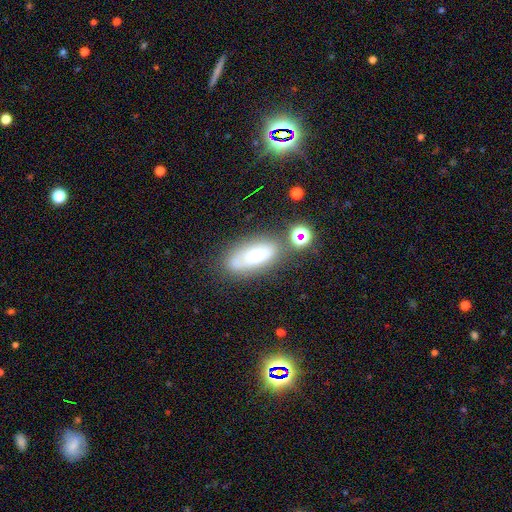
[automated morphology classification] A smooth galaxy with no disk features (60%) that is in between round and cigar-shaped (77%).

Vote fractions:
- Smooth or featured? smooth: 60% / featured or disk: 26% / star or artifact: 14%
- How rounded? in between: 77% / cigar-shaped: 19% / round: 4%
- Merging? none: 60% / minor disturbance: 19% / merger: 12% / major disturbance: 9%